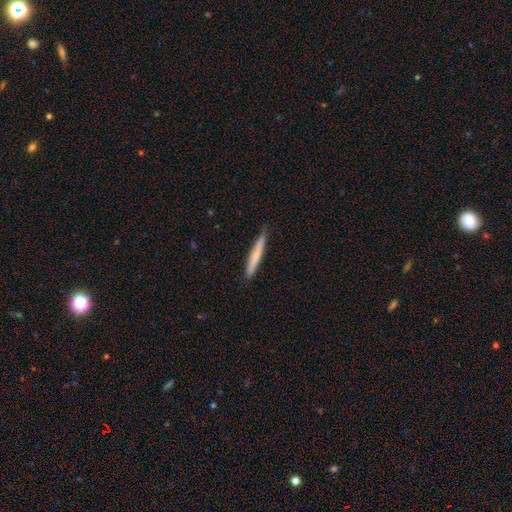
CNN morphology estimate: smooth-or-featured: smooth: 64% | featured or disk: 30% | star or artifact: 6%
  how-rounded: cigar-shaped: 95% | in between: 3% | round: 1%
  merging: none: 88% | minor disturbance: 10% | major disturbance: 1% | merger: 1%